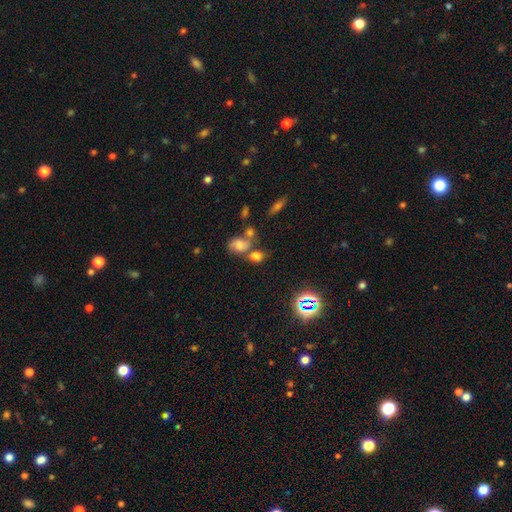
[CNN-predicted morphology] This is likely a smooth galaxy (67%). How rounded: possibly in between (58%). Merging: marginally merger (42%).